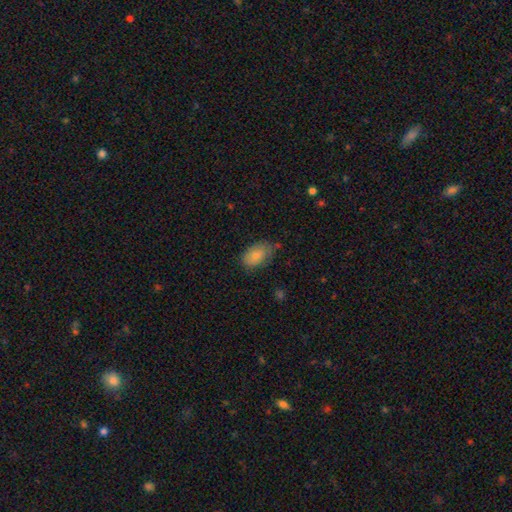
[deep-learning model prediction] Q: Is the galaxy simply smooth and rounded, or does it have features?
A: smooth — 81%.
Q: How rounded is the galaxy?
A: in between — 93%.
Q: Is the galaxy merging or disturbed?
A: none — 68%.